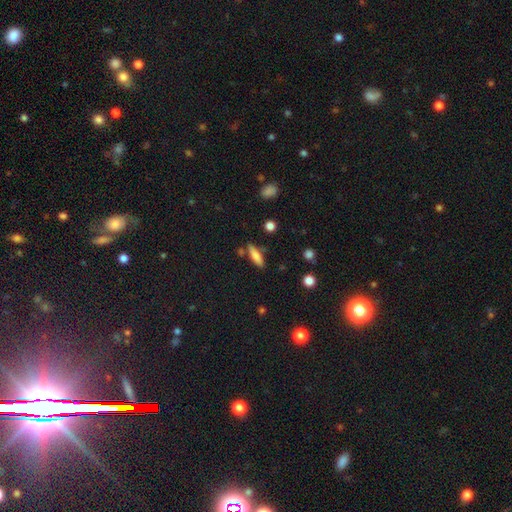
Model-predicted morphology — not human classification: Smooth or featured? Predicted: smooth (p=0.76). How rounded? Predicted: cigar-shaped (p=0.61). Merging? Predicted: none (p=0.76).